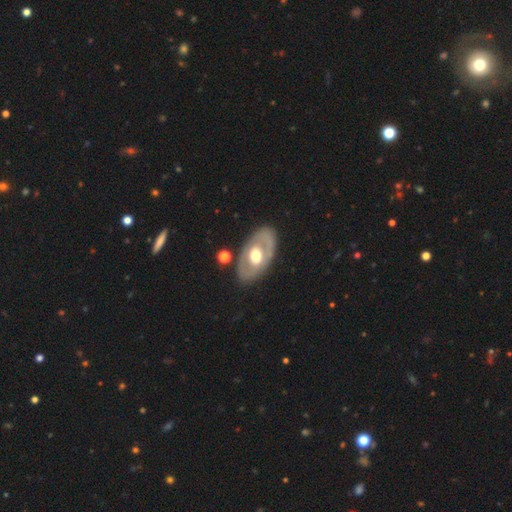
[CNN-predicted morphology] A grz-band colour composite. It shows a featured or disk galaxy (61%) with no bar (73%), no spiral arms (81%) and a moderate central bulge (65%). Merging: none (81%).